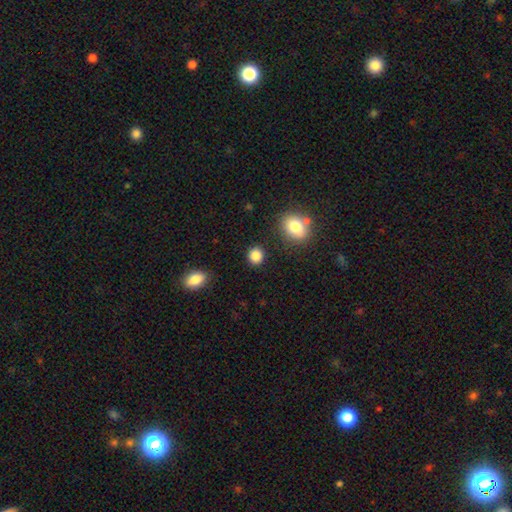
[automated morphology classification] Smooth or featured?
  - smooth: 86% *
  - star or artifact: 10%
  - featured or disk: 4%
How rounded?
  - round: 81% *
  - in between: 18%
  - cigar-shaped: 1%
Merging?
  - none: 88% *
  - minor disturbance: 7%
  - major disturbance: 2%
  - merger: 2%